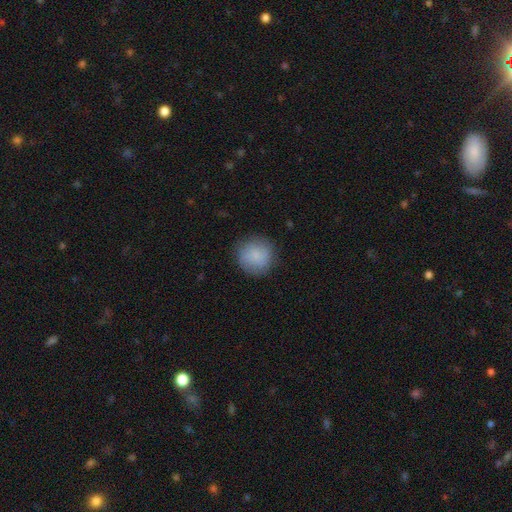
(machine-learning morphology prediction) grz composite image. It shows a smooth galaxy with no disk features (84%) that is round (93%). Merging: none (84%).